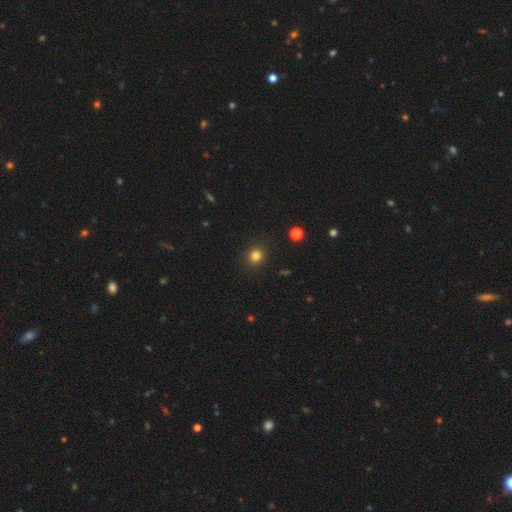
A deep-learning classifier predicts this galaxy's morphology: smooth 82%, star or artifact 13%, featured or disk 4%. Down the decision tree: how rounded — round (87%); merging — none (90%).